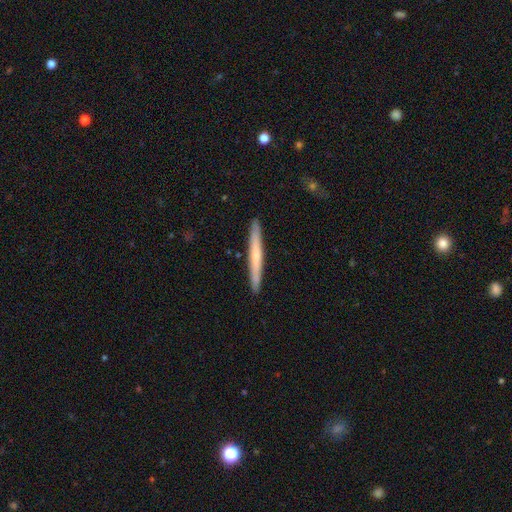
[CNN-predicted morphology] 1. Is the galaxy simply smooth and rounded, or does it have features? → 56% smooth, 39% featured or disk, 5% star or artifact.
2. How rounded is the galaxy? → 97% cigar-shaped, 2% in between, 1% round.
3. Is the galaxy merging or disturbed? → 92% none, 6% minor disturbance, 1% major disturbance, 1% merger.